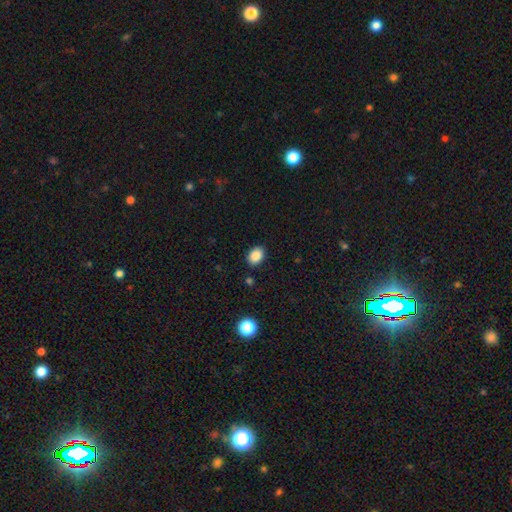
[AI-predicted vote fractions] This is clearly a smooth galaxy (87%). How rounded: likely in between (73%). Merging: clearly none (88%).